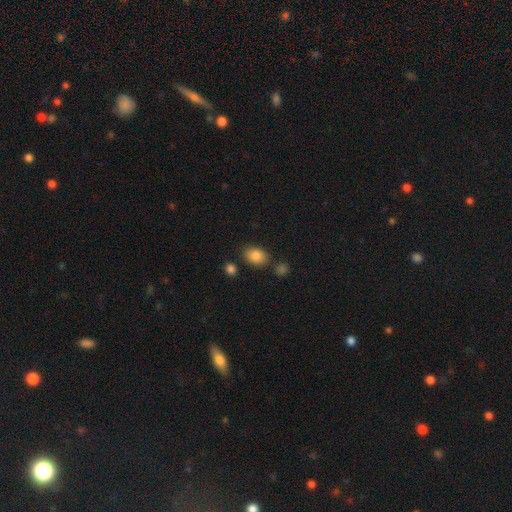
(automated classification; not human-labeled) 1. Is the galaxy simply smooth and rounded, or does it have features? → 85% smooth, 9% star or artifact, 6% featured or disk.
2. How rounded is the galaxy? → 75% in between, 23% round, 1% cigar-shaped.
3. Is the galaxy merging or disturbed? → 77% none, 12% minor disturbance, 7% merger, 3% major disturbance.